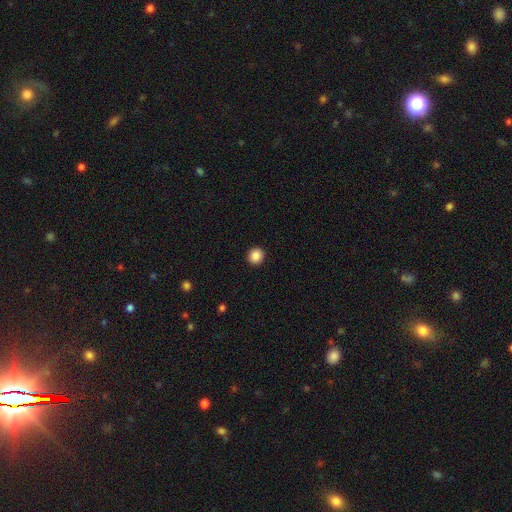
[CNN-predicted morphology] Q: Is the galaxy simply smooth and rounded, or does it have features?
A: smooth — 88%.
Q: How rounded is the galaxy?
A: round — 92%.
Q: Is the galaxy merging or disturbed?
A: none — 93%.